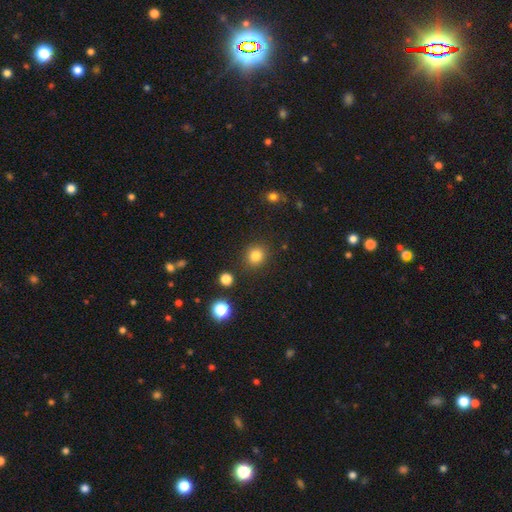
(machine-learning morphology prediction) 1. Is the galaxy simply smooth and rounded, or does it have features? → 82% smooth, 13% star or artifact, 5% featured or disk.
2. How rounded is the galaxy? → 86% round, 13% in between, 1% cigar-shaped.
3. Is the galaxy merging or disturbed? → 87% none, 8% minor disturbance, 3% major disturbance, 2% merger.